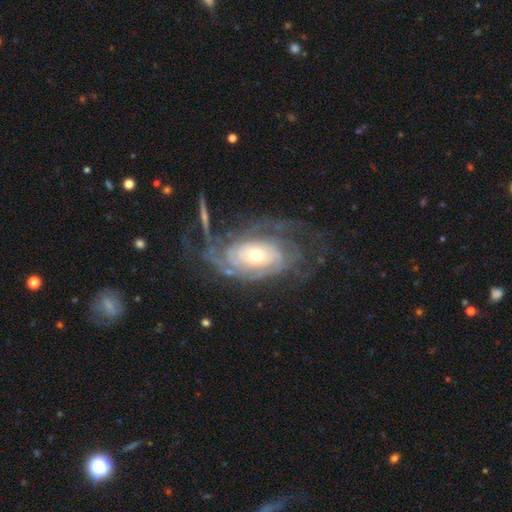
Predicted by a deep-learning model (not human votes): Smooth or featured: featured or disk — 86% (smooth — 8%)
Edge-on disk: no — 95% (yes — 5%)
Bar: no — 75% (weak — 18%)
Spiral arms: yes — 94% (no — 6%)
Spiral winding: tight — 67% (medium — 24%)
Spiral arm count: can't tell — 38% (2 — 25%)
Bulge size: moderate — 60% (small — 31%)
Merging: none — 51% (major disturbance — 24%)